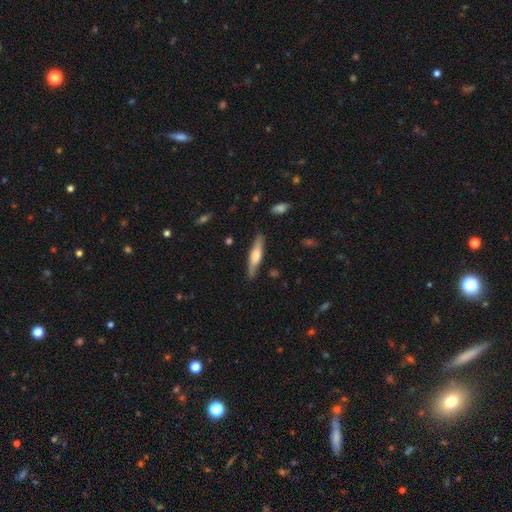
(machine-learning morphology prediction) A smooth galaxy with no disk features (49%).

Vote fractions:
- Smooth or featured? smooth: 49% / featured or disk: 45% / star or artifact: 6%
- Merging? none: 84% / minor disturbance: 12% / major disturbance: 2% / merger: 2%